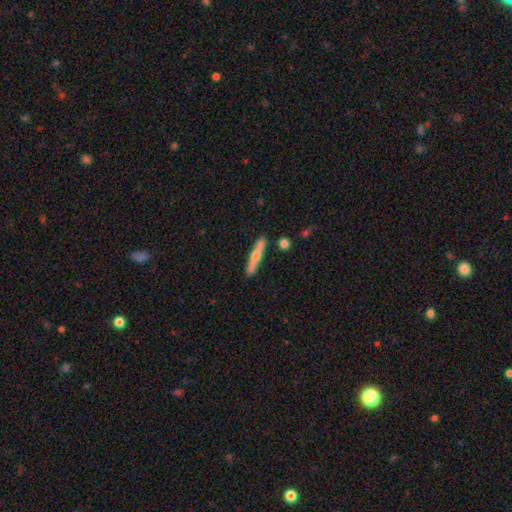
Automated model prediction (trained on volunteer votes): This is possibly a smooth galaxy (49%). Merging: clearly none (87%).